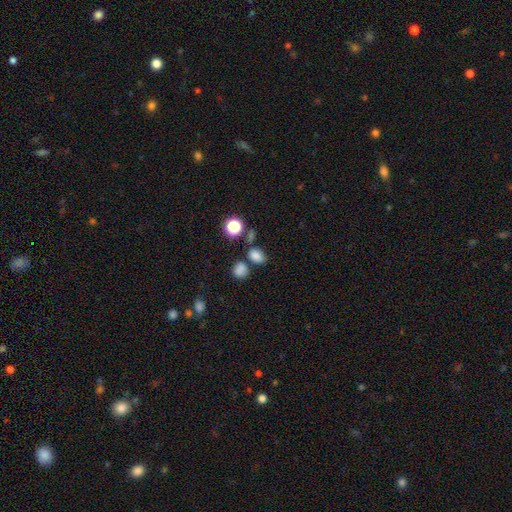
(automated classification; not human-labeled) A smooth galaxy with no disk features (80%) that is in between round and cigar-shaped (71%). Merging: none (68%).